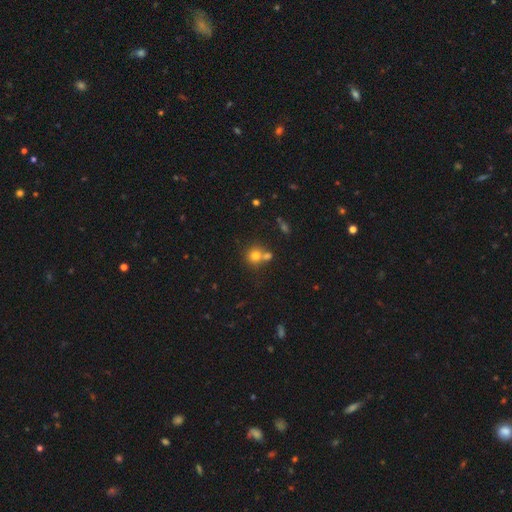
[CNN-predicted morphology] smooth 74%, star or artifact 14%, featured or disk 11%. Down the decision tree: how rounded — round (86%); merging — none (53%).